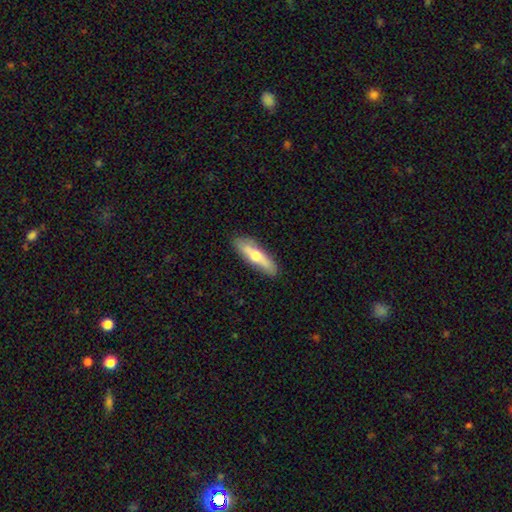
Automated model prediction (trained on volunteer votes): This is possibly a smooth galaxy (53%). How rounded: likely cigar-shaped (71%). Merging: clearly none (85%).